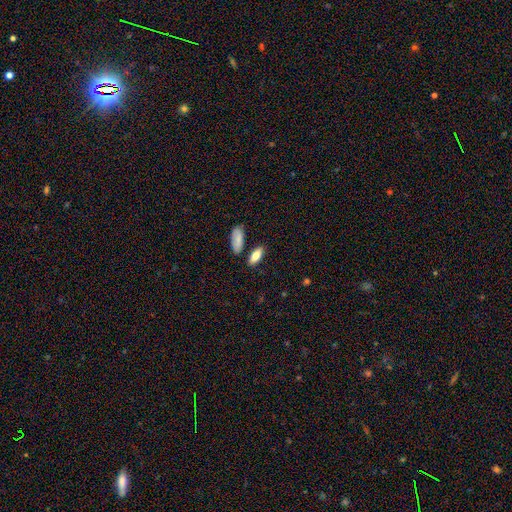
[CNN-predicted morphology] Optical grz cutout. It shows a smooth galaxy with no disk features (80%) that is in between round and cigar-shaped (72%). Merging: none (81%).